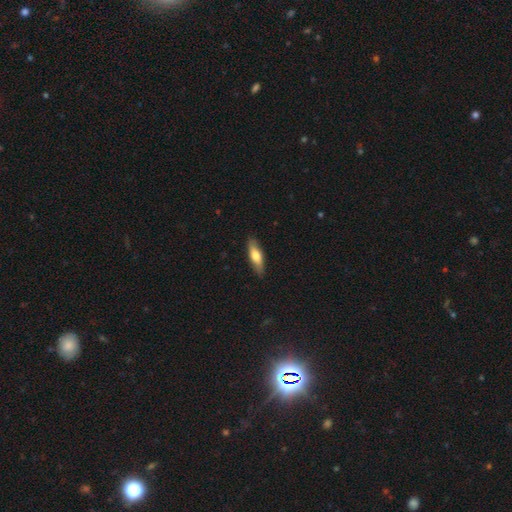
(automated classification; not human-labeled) This appears to be a smooth galaxy with no disk features (64%) that is cigar-shaped (53%). Merging: none (86%).